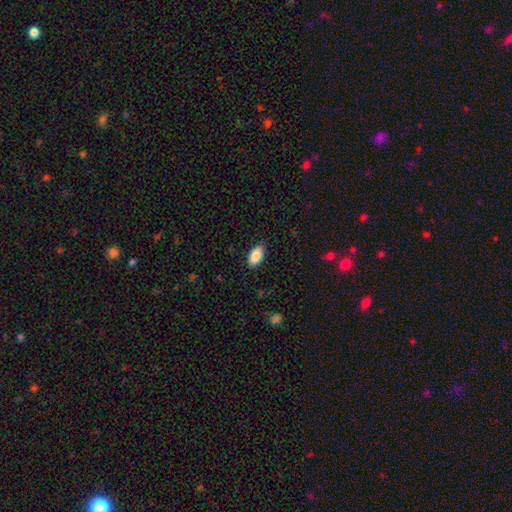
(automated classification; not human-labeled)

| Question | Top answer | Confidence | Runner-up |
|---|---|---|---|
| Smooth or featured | smooth | 86% | featured or disk (7%) |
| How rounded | in between | 93% | cigar-shaped (4%) |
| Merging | none | 83% | minor disturbance (14%) |